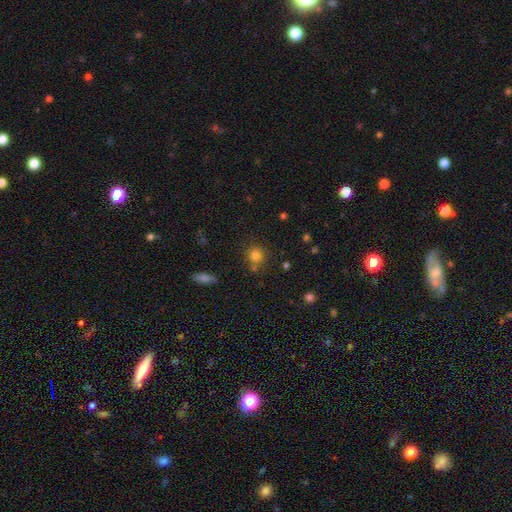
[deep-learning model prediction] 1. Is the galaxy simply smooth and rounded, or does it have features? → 78% smooth, 14% star or artifact, 7% featured or disk.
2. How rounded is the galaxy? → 88% round, 11% in between, 1% cigar-shaped.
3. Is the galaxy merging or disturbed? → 72% none, 13% merger, 12% minor disturbance, 4% major disturbance.